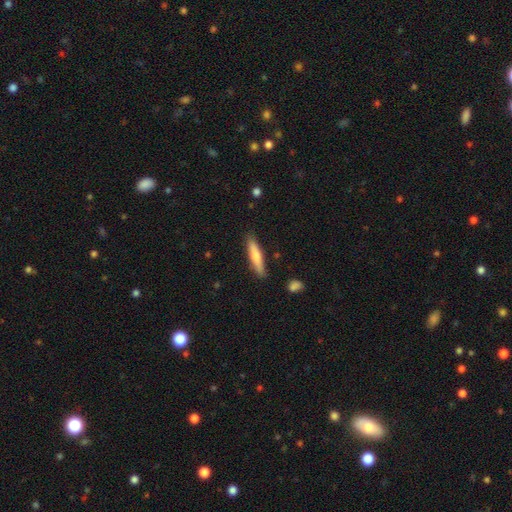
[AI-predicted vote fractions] smooth_or_featured: smooth (p=0.67) [alt: featured or disk p=0.28]
how_rounded: cigar-shaped (p=0.87) [alt: in between p=0.12]
merging: none (p=0.86) [alt: minor disturbance p=0.10]